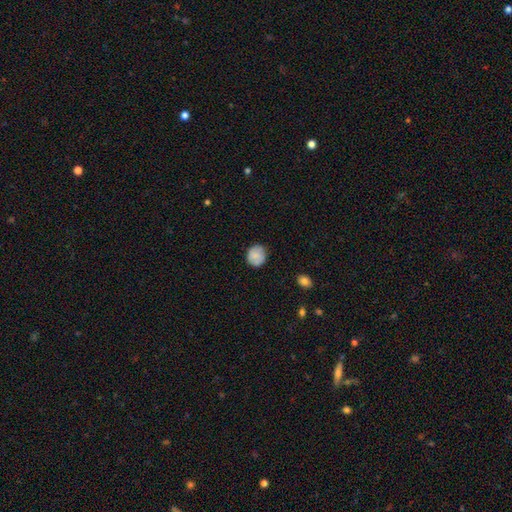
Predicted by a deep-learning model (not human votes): This appears to be a smooth galaxy with no disk features (78%) that is round (83%). Merging: none (82%).